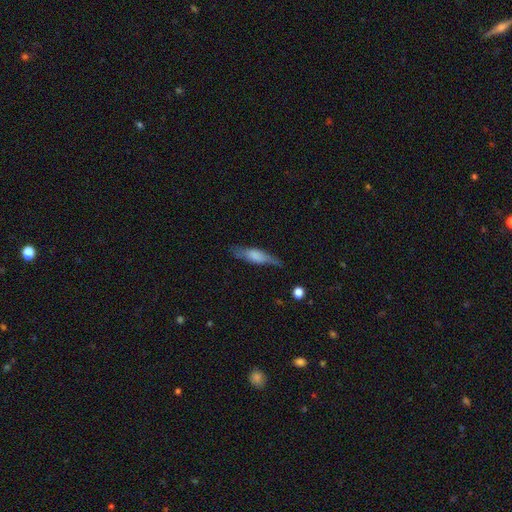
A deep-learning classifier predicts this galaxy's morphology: Smooth or featured? Predicted: smooth (p=0.56). How rounded? Predicted: cigar-shaped (p=0.67). Merging? Predicted: none (p=0.72).